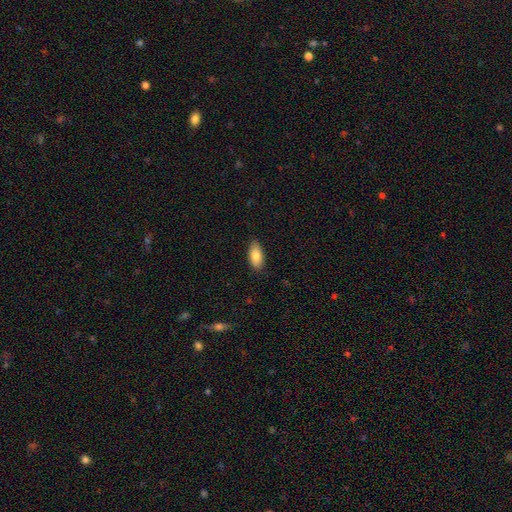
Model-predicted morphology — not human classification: A smooth galaxy with no disk features (84%) that is in between round and cigar-shaped (86%).

Vote fractions:
- Smooth or featured? smooth: 84% / featured or disk: 9% / star or artifact: 7%
- How rounded? in between: 86% / cigar-shaped: 12% / round: 2%
- Merging? none: 84% / minor disturbance: 13% / major disturbance: 2% / merger: 1%